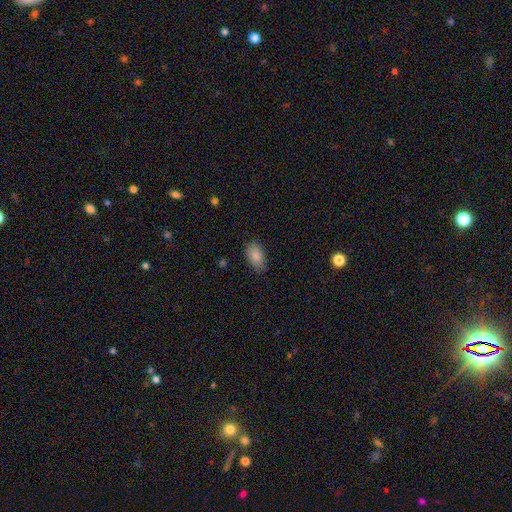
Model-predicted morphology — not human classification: Smooth or featured? smooth (87%)
How rounded? in between (93%)
Merging? none (80%)